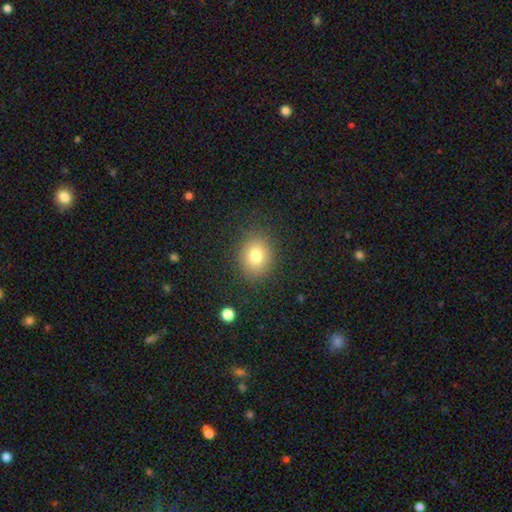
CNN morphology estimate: A smooth galaxy with no disk features (79%) that is round (65%).

Vote fractions:
- Smooth or featured? smooth: 79% / star or artifact: 11% / featured or disk: 9%
- How rounded? round: 65% / in between: 34% / cigar-shaped: 1%
- Merging? none: 86% / minor disturbance: 9% / major disturbance: 3% / merger: 1%